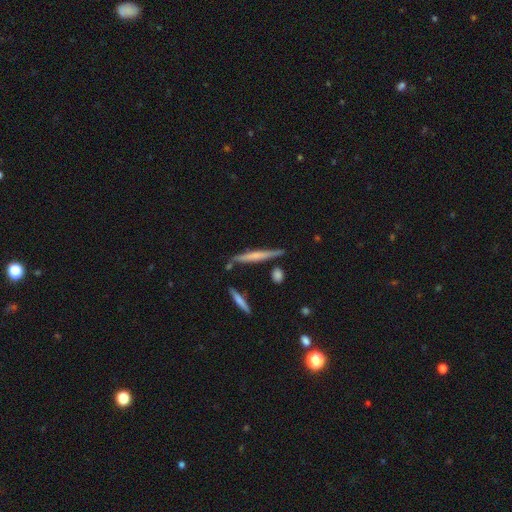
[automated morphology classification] This appears to be a featured or disk galaxy (51%) viewed edge-on (96%). Merging: none (81%).